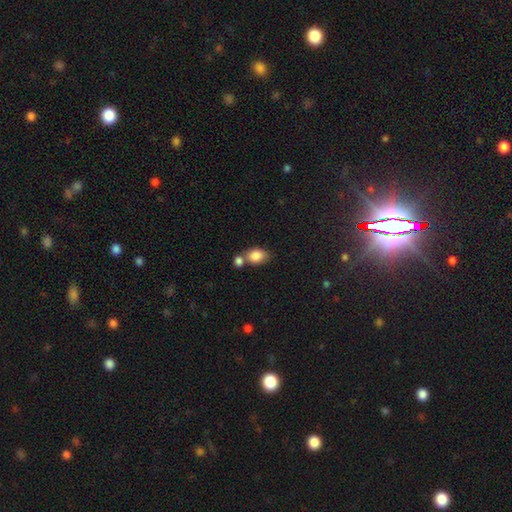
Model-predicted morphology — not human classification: Smooth or featured: smooth — 85% (star or artifact — 8%)
How rounded: in between — 73% (round — 26%)
Merging: none — 46% (merger — 36%)